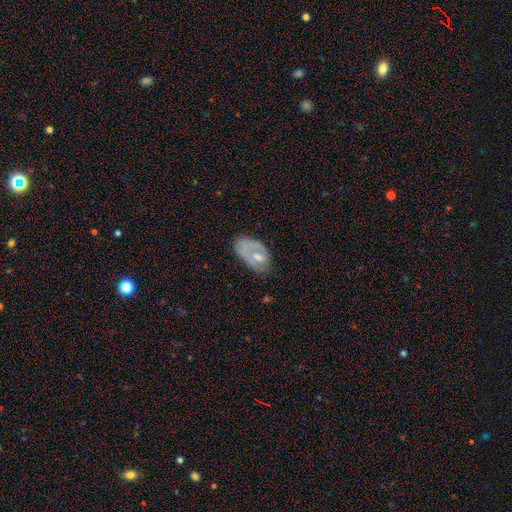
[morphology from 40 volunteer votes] smooth_or_featured: smooth (p=0.50) [alt: featured or disk p=0.40]
how_rounded: in between (p=0.95) [alt: round p=0.05]
merging: major disturbance (p=0.44) [alt: minor disturbance p=0.39]